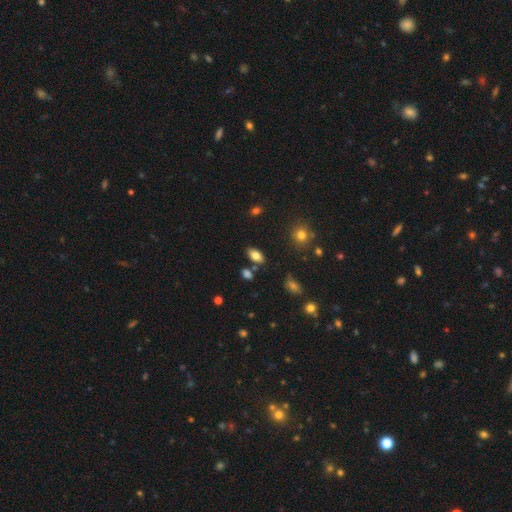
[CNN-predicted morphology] type=smooth (81%); roundness=in between (91%); merging=none (79%).